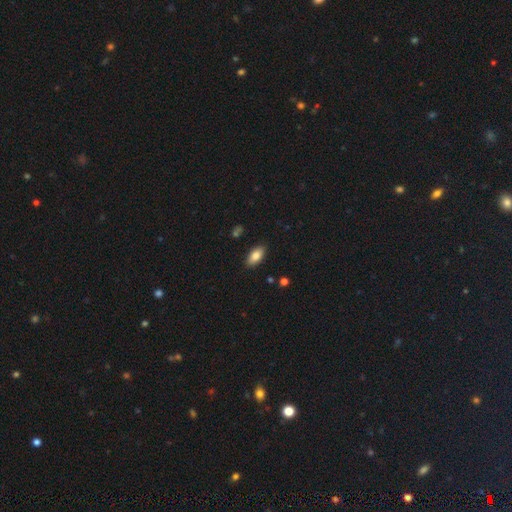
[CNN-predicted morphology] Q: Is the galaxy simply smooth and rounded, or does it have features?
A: smooth — 83%.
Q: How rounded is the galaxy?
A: in between — 91%.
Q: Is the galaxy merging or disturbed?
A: none — 87%.